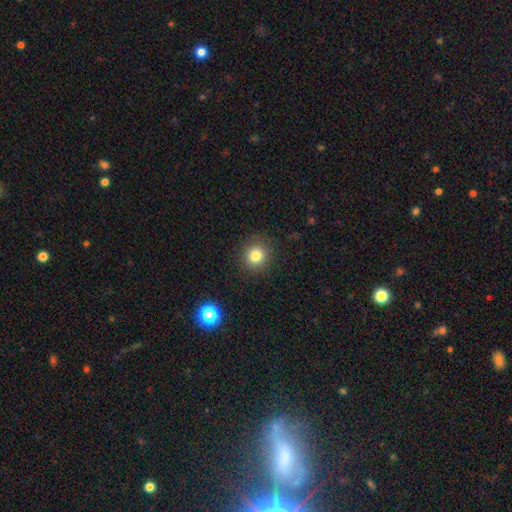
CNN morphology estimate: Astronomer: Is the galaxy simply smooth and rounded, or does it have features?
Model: smooth — 81%.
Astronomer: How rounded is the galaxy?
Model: round — 89%.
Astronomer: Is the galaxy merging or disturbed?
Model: none — 89%.